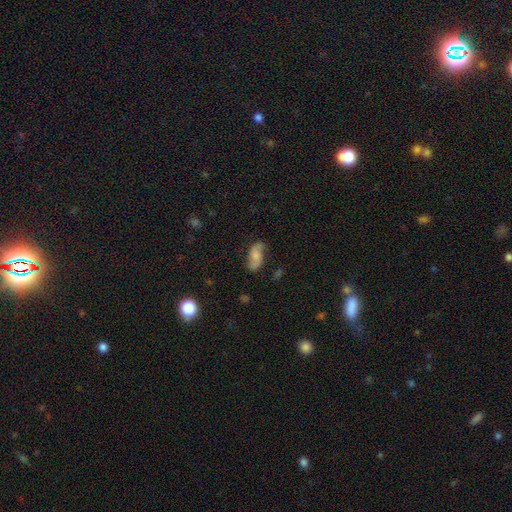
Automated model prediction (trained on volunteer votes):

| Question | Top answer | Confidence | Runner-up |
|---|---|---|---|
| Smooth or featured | featured or disk | 49% | smooth (42%) |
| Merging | none | 72% | minor disturbance (20%) |